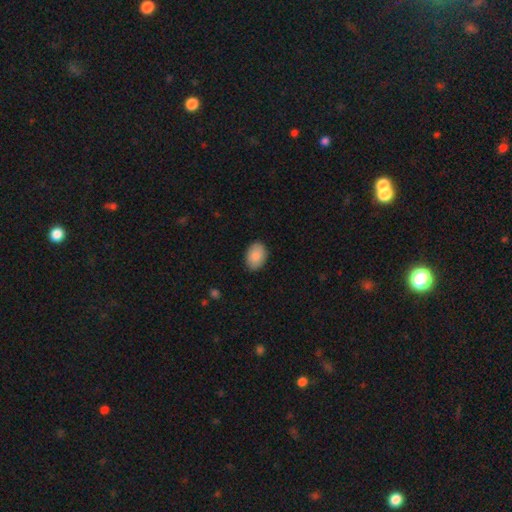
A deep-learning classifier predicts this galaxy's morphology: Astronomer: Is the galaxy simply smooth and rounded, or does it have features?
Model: smooth — 89%.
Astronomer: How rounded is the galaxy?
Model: in between — 85%.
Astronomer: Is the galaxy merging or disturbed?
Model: none — 87%.